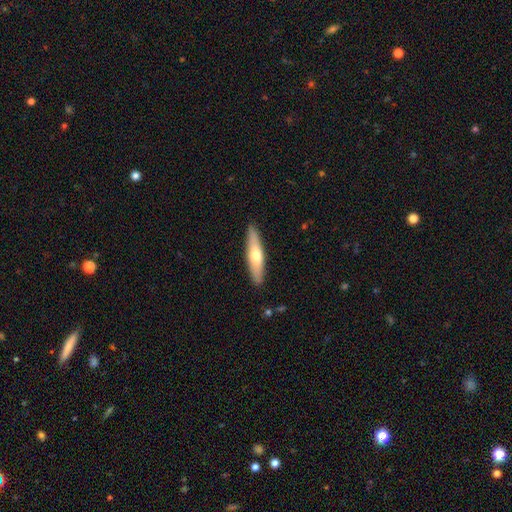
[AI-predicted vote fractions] A smooth galaxy with no disk features (54%) that is cigar-shaped (78%).

Vote fractions:
- Smooth or featured? smooth: 54% / featured or disk: 41% / star or artifact: 5%
- How rounded? cigar-shaped: 78% / in between: 20% / round: 2%
- Merging? none: 90% / minor disturbance: 8% / major disturbance: 2% / merger: 1%